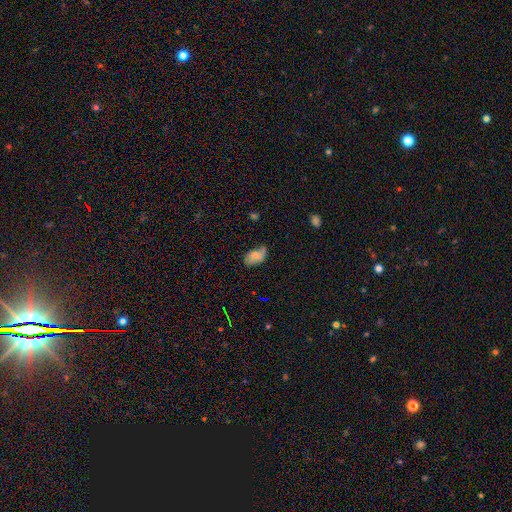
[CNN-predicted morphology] smooth-or-featured: smooth: 67% | featured or disk: 22% | star or artifact: 12%
  how-rounded: in between: 91% | round: 7% | cigar-shaped: 2%
  merging: none: 45% | minor disturbance: 35% | major disturbance: 14% | merger: 5%